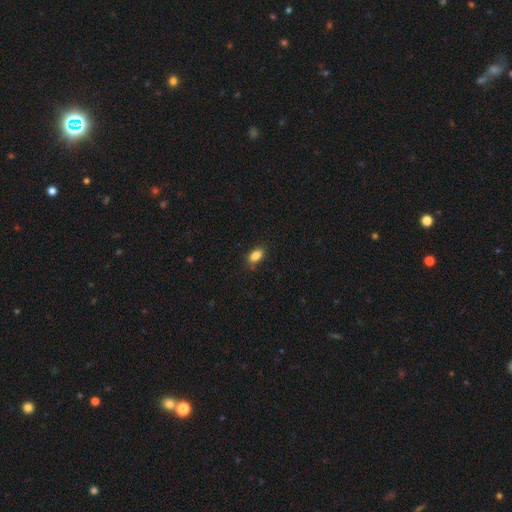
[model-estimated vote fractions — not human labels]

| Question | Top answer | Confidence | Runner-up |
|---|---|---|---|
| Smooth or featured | smooth | 85% | star or artifact (9%) |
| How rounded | in between | 88% | round (7%) |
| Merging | none | 82% | minor disturbance (13%) |